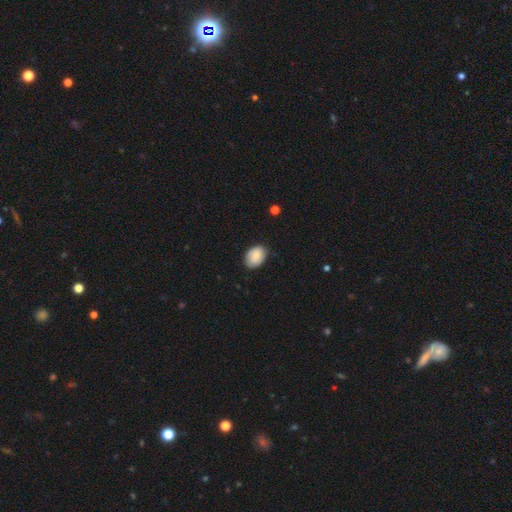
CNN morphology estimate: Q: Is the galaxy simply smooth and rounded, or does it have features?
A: smooth — 84%.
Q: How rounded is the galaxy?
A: in between — 80%.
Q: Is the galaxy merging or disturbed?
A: none — 78%.